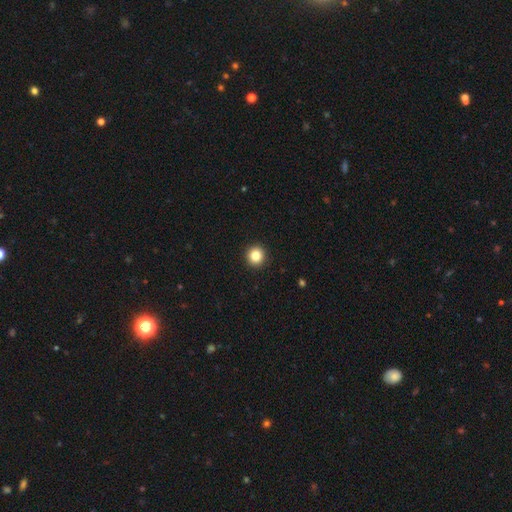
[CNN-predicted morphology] smooth 85%, star or artifact 10%, featured or disk 5%. Down the decision tree: how rounded — round (94%); merging — none (93%).